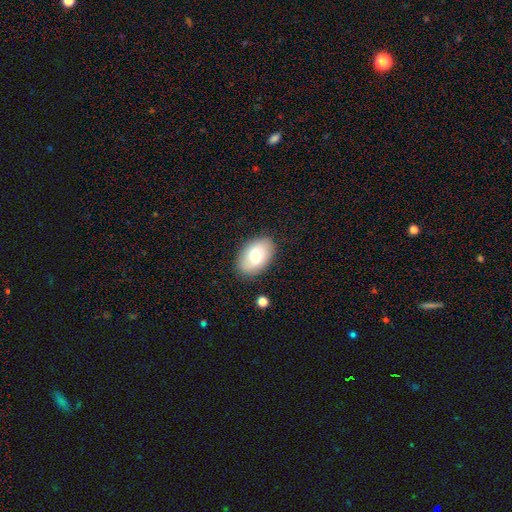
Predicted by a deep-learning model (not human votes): Smooth or featured? smooth (72%)
How rounded? in between (89%)
Merging? none (85%)